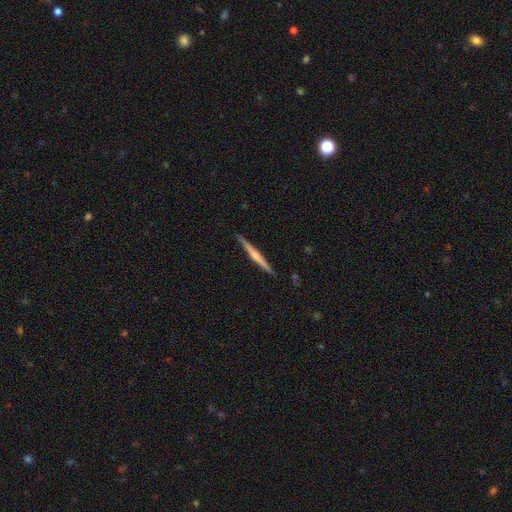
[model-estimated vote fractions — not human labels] A featured or disk galaxy (59%) viewed edge-on (98%) with no central bulge (44%). Merging: none (90%).